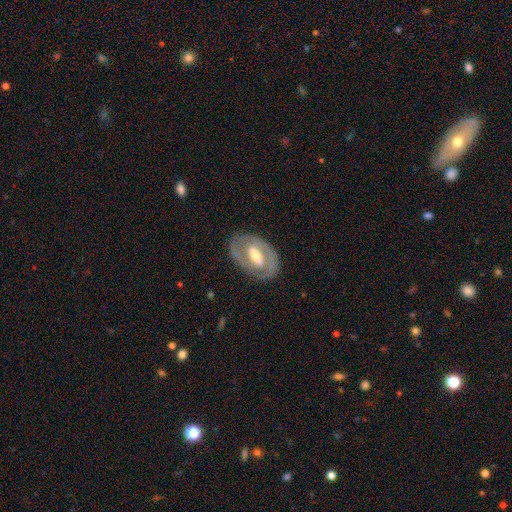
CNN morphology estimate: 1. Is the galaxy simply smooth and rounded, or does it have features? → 73% featured or disk, 22% smooth, 5% star or artifact.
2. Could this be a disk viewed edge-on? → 93% no, 7% yes.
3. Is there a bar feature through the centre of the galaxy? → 40% weak, 35% strong, 25% no.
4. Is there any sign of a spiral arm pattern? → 58% yes, 42% no.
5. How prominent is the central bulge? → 61% moderate, 22% small, 14% large, 2% none, 1% dominant.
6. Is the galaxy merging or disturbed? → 80% none, 13% minor disturbance, 5% major disturbance, 1% merger.